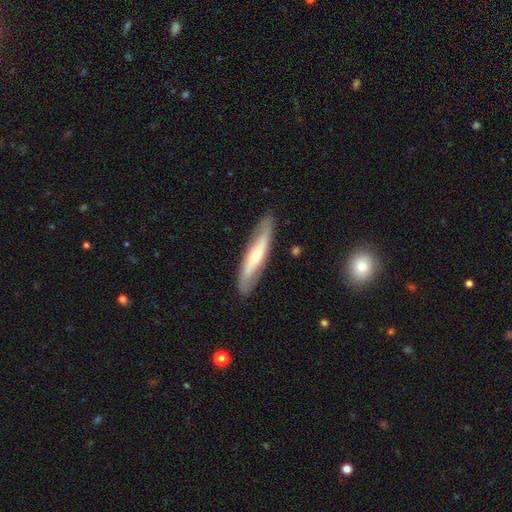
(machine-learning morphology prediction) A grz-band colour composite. It shows a featured or disk galaxy (59%) viewed edge-on (50%, tied with no). Merging: none (85%).